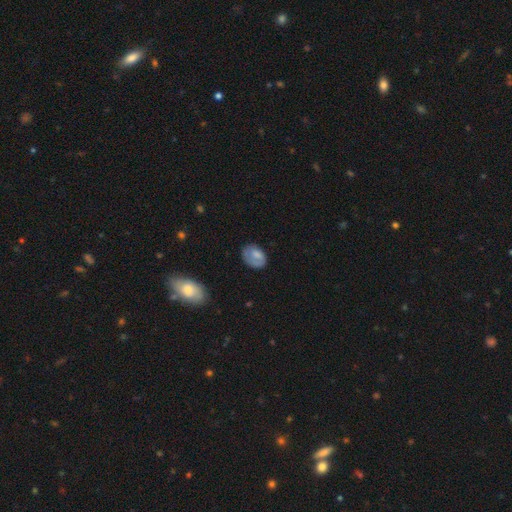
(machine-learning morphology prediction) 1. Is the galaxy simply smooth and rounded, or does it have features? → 72% smooth, 21% featured or disk, 8% star or artifact.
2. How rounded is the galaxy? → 76% in between, 23% round, 1% cigar-shaped.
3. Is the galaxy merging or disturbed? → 56% none, 28% minor disturbance, 14% major disturbance, 2% merger.